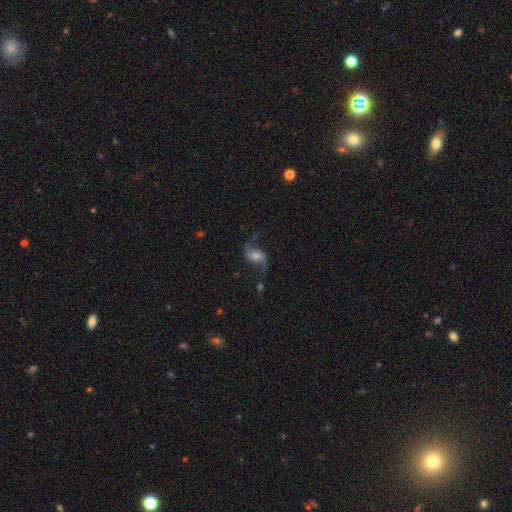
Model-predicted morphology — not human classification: A featured or disk galaxy (83%) with a weak bar (45%), 2 (93%) loose (80%) spiral arms (95%) and a moderate central bulge (45%). Merging: none (72%).